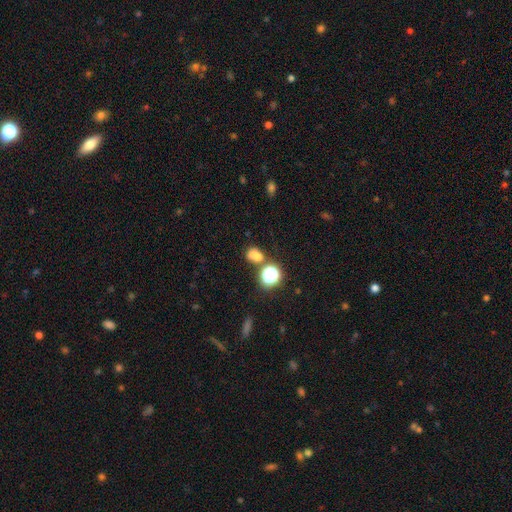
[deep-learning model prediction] Smooth or featured?
  - smooth: 69% *
  - star or artifact: 24%
  - featured or disk: 7%
How rounded?
  - in between: 51% *
  - round: 48%
  - cigar-shaped: 2%
Merging?
  - none: 58% *
  - merger: 21%
  - minor disturbance: 14%
  - major disturbance: 6%